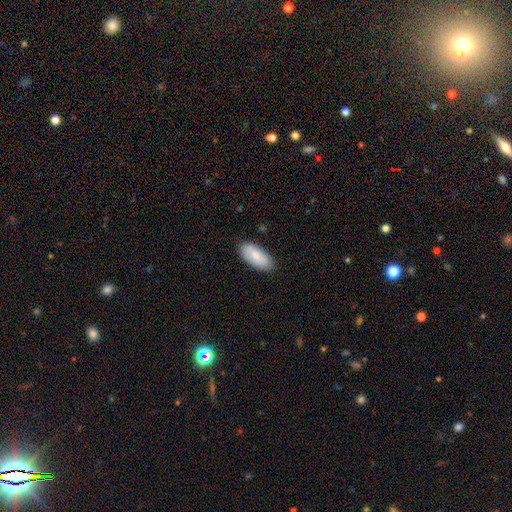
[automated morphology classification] smooth 80%, featured or disk 14%, star or artifact 6%. Down the decision tree: how rounded — in between (92%); merging — none (83%).